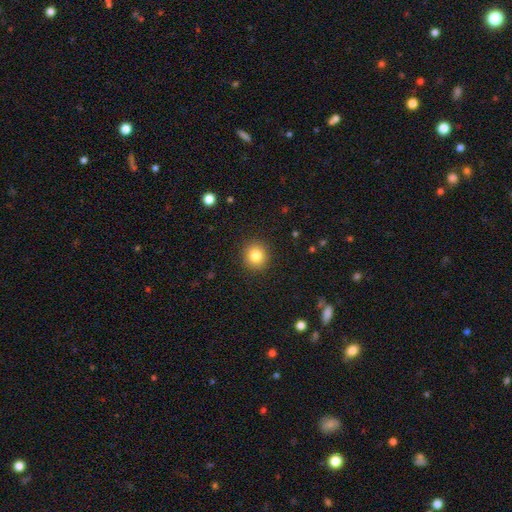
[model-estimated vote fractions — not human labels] A smooth galaxy with no disk features (82%) that is round (91%). Merging: none (91%).